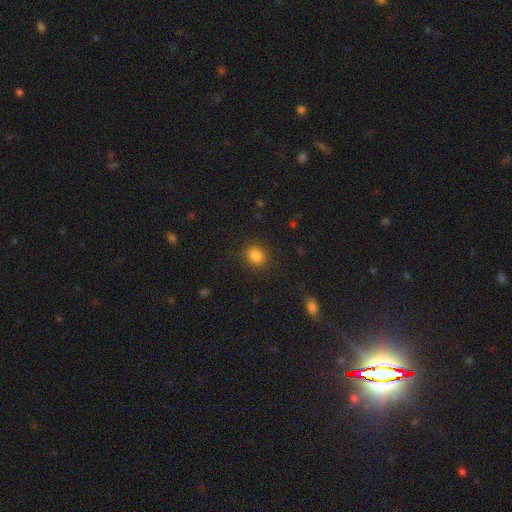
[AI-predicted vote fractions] Morphology: type=smooth (84%); roundness=round (70%); merging=none (87%).